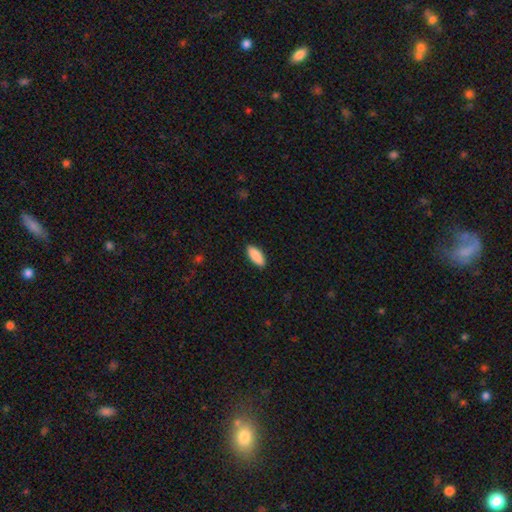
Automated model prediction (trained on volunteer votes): A smooth galaxy with no disk features (90%) that is in between round and cigar-shaped (81%).

Vote fractions:
- Smooth or featured? smooth: 90% / star or artifact: 6% / featured or disk: 5%
- How rounded? in between: 81% / cigar-shaped: 17% / round: 2%
- Merging? none: 90% / minor disturbance: 7% / major disturbance: 2% / merger: 1%